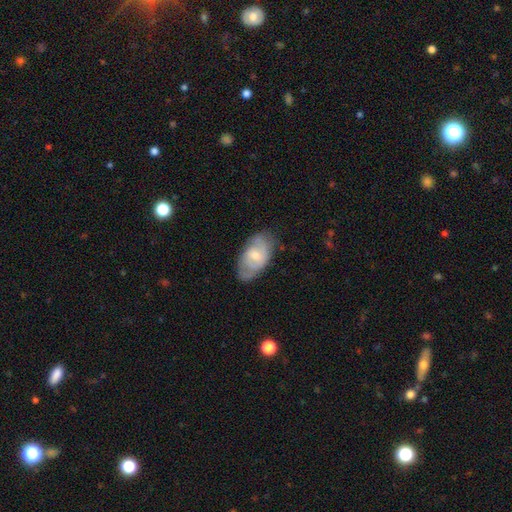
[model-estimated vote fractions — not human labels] A featured or disk galaxy (57%) with no bar (51%), spiral arms (76%) and a moderate central bulge (49%).

Vote fractions:
- Smooth or featured? featured or disk: 57% / smooth: 37% / star or artifact: 6%
- Edge-on disk? no: 94% / yes: 6%
- Bar? no: 51% / weak: 43% / strong: 7%
- Spiral arms? yes: 76% / no: 24%
- Bulge size? moderate: 49% / small: 43% / large: 4% / none: 3% / dominant: 1%
- Merging? none: 65% / minor disturbance: 26% / major disturbance: 7% / merger: 1%